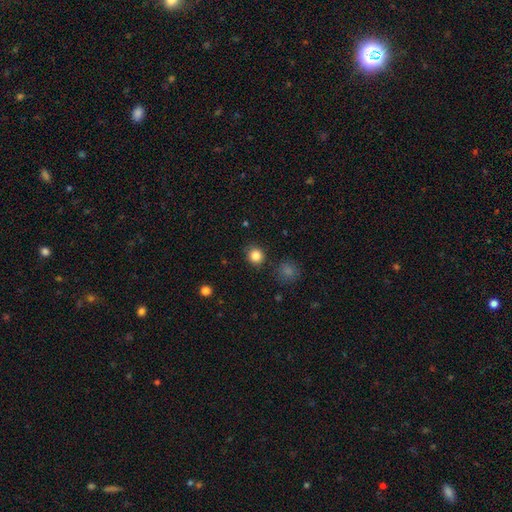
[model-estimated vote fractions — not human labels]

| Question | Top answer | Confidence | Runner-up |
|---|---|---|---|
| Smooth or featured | smooth | 84% | star or artifact (11%) |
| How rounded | round | 87% | in between (12%) |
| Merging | none | 87% | minor disturbance (8%) |